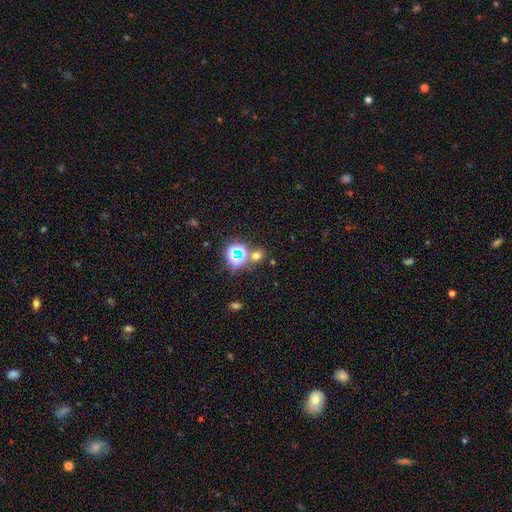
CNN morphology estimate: Q: Smooth or featured?
A: smooth (52%); runner-up: star or artifact (40%)
Q: How rounded?
A: round (75%); runner-up: in between (24%)
Q: Merging?
A: none (74%); runner-up: merger (14%)